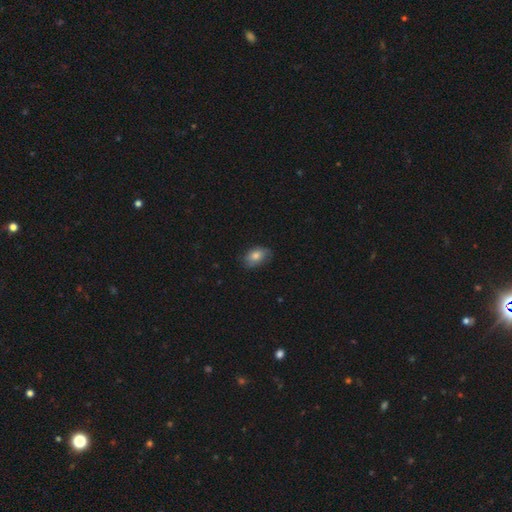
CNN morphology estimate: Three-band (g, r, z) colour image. It shows a smooth galaxy with no disk features (76%) that is in between round and cigar-shaped (87%). Merging: none (72%).